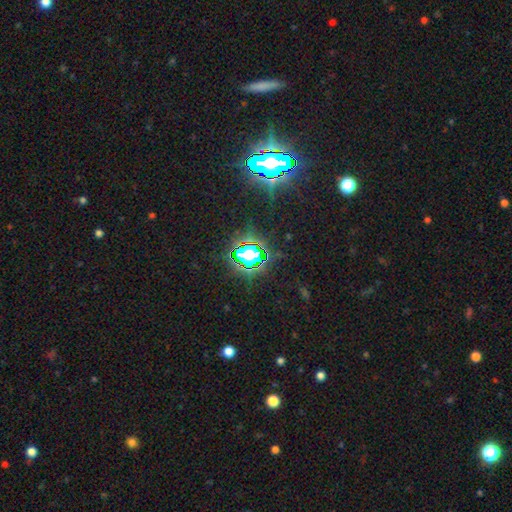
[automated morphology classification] smooth-or-featured: star or artifact: 80% | smooth: 12% | featured or disk: 8%